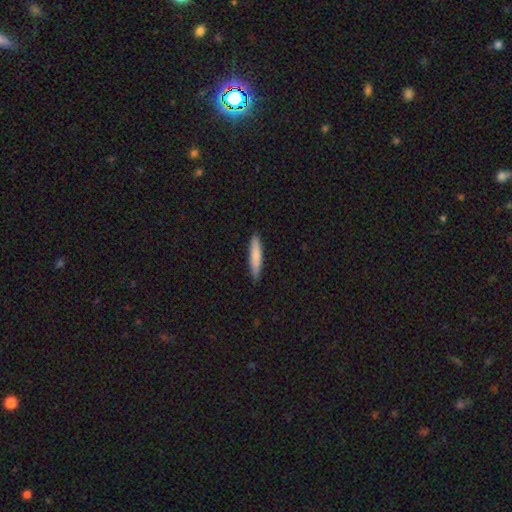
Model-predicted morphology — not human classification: type=smooth (78%); roundness=cigar-shaped (88%); merging=none (89%).